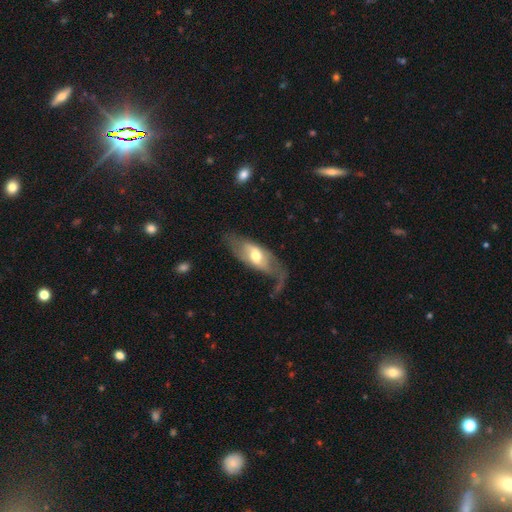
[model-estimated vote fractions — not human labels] Smooth or featured?
  - featured or disk: 57% *
  - smooth: 37%
  - star or artifact: 6%
Edge-on disk?
  - no: 80% *
  - yes: 20%
Merging?
  - none: 40% *
  - major disturbance: 31%
  - minor disturbance: 25%
  - merger: 4%